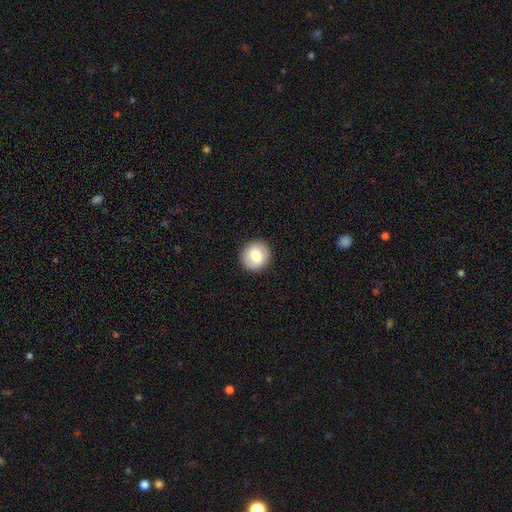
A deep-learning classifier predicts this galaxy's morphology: This appears to be a smooth galaxy with no disk features (77%) that is round (90%). Merging: none (91%).